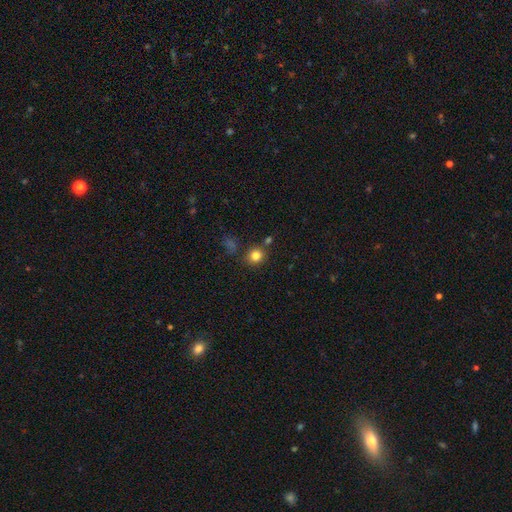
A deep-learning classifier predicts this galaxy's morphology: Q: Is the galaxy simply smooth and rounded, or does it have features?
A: smooth — 81%.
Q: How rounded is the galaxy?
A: round — 86%.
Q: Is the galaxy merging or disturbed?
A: none — 81%.